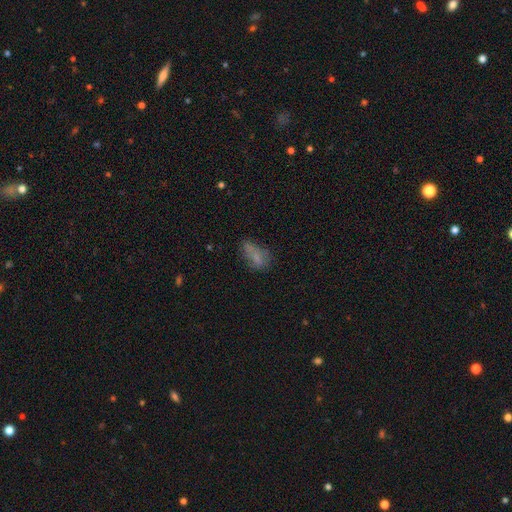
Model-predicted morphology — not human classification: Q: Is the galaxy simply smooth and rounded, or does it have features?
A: smooth — 66%.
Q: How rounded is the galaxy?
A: in between — 80%.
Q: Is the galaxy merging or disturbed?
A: none — 43%.